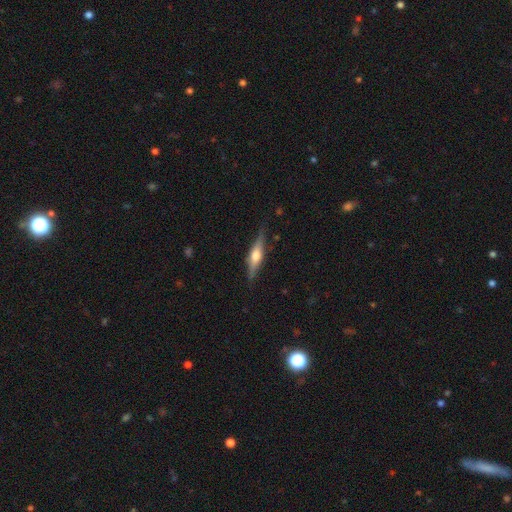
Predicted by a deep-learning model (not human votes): smooth-or-featured: featured or disk: 67% | smooth: 27% | star or artifact: 6%
  disk-edge-on: yes: 96% | no: 4%
    edge-on-bulge: rounded: 91% | boxy: 7% | none: 3%
  merging: none: 84% | minor disturbance: 12% | major disturbance: 2% | merger: 1%